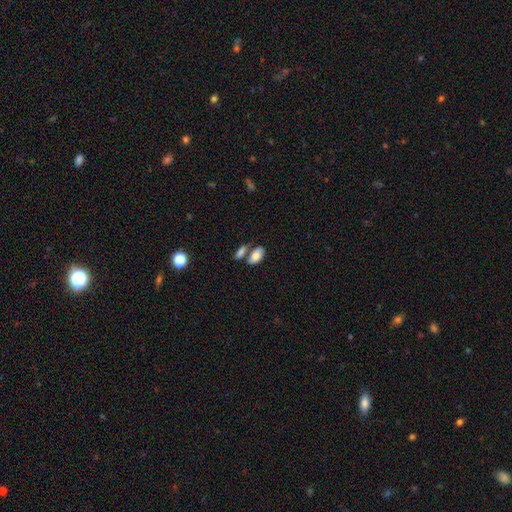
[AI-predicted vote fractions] Smooth or featured?
  - smooth: 80% *
  - featured or disk: 13%
  - star or artifact: 7%
How rounded?
  - in between: 92% *
  - cigar-shaped: 5%
  - round: 4%
Merging?
  - none: 48% *
  - merger: 35%
  - minor disturbance: 12%
  - major disturbance: 5%